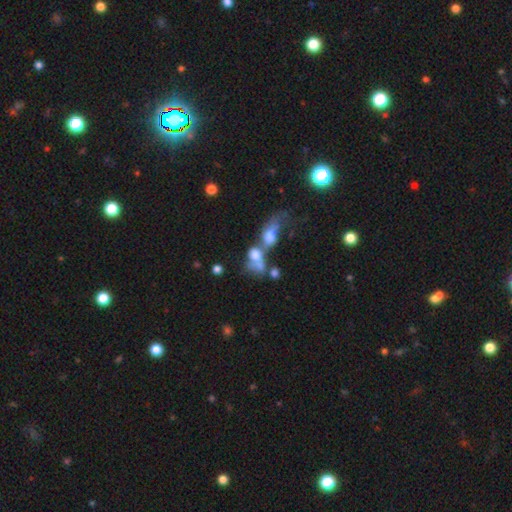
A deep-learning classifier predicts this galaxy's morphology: A smooth galaxy with no disk features (55%) that is in between round and cigar-shaped (60%). Merging: merger (69%).